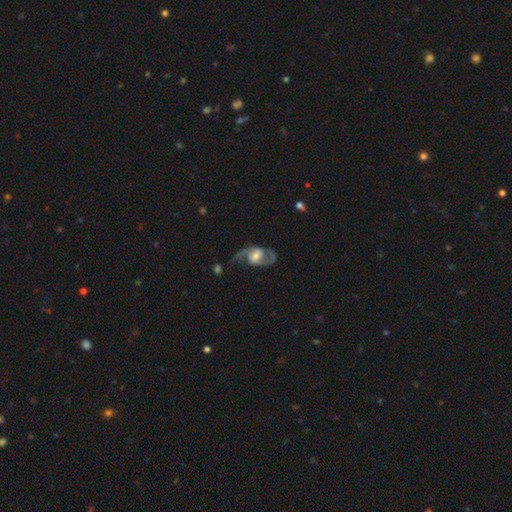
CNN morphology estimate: This appears to be a featured or disk galaxy (86%) with no bar (51%), 2 (89%) medium (49%) spiral arms (94%) and a moderate central bulge (55%). Merging: none (65%).